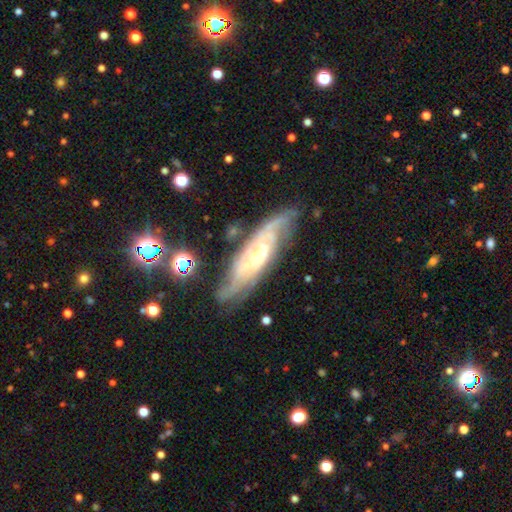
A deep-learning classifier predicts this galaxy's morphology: type=featured or disk (84%); edge-on=no (82%); bar=no (64%); spiral arms=yes (95%); winding=tight (61%); arm count=can't tell (40%); bulge=small (62%); merging=none (73%).